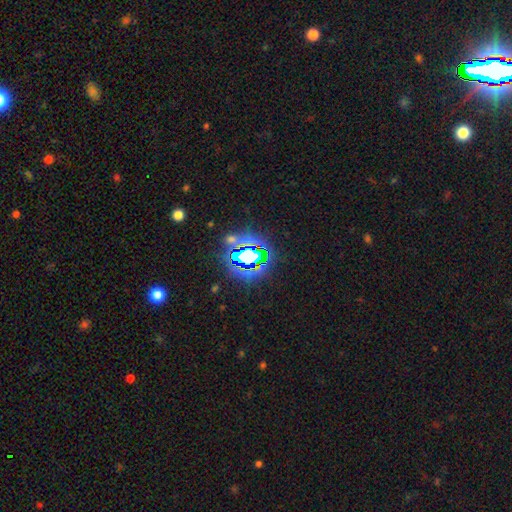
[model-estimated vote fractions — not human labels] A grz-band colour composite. It shows a star or artifact, not a galaxy (75%).